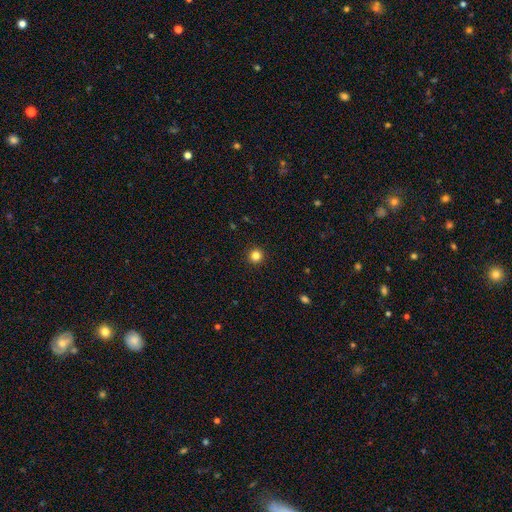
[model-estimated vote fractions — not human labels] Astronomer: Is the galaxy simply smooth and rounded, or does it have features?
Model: smooth — 83%.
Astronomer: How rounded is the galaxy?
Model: round — 96%.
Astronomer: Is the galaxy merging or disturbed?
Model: none — 93%.